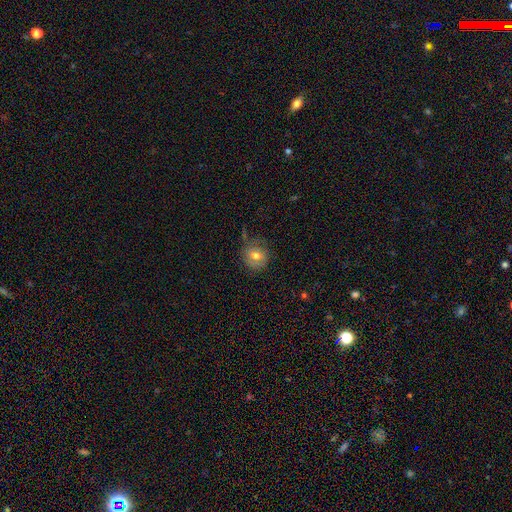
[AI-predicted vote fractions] Smooth or featured?
  - smooth: 67% *
  - featured or disk: 23%
  - star or artifact: 10%
How rounded?
  - round: 80% *
  - in between: 19%
  - cigar-shaped: 1%
Merging?
  - none: 68% *
  - minor disturbance: 21%
  - major disturbance: 7%
  - merger: 3%